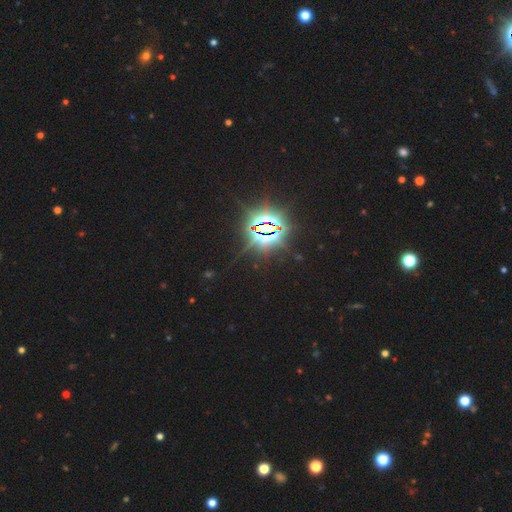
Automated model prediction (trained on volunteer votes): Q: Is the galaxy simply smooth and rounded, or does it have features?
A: star or artifact — 86%.